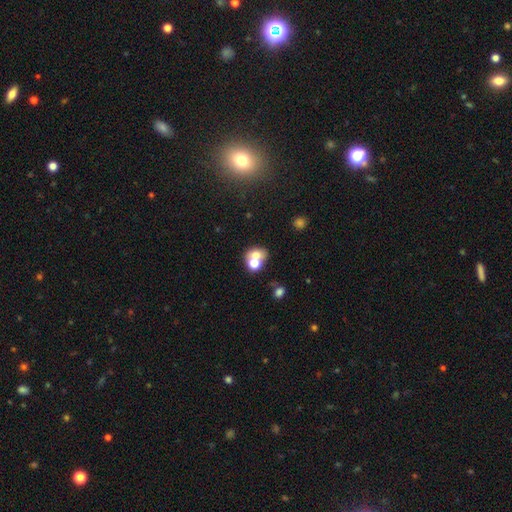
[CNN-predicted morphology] smooth 66%, featured or disk 20%, star or artifact 14%. Down the decision tree: how rounded — round (60%); merging — merger (54%).